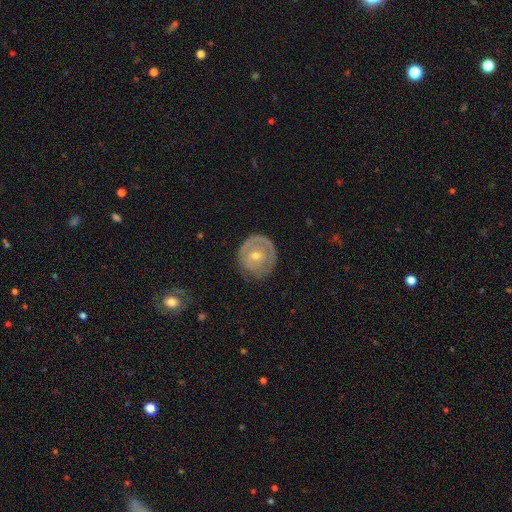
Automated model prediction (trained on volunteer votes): Smooth or featured? Predicted: featured or disk (p=0.60). Edge-on disk? Predicted: no (p=0.95). Bar? Predicted: no (p=0.72). Spiral arms? Predicted: no (p=0.58). Bulge size? Predicted: moderate (p=0.52). Merging? Predicted: none (p=0.73).